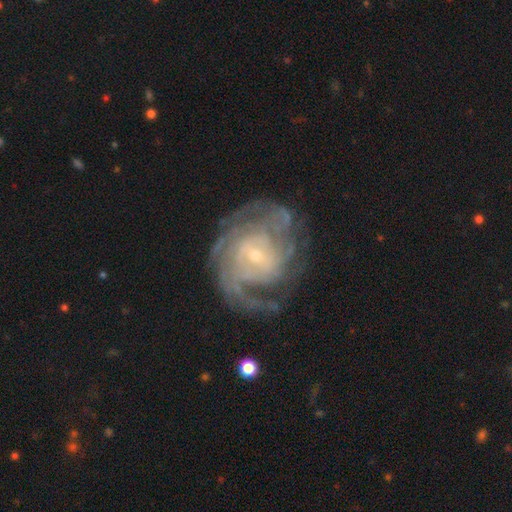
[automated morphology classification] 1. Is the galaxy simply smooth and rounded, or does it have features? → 87% featured or disk, 7% smooth, 6% star or artifact.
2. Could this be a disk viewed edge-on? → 97% no, 3% yes.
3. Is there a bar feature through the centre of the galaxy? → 54% no, 36% weak, 10% strong.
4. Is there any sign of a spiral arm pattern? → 95% yes, 5% no.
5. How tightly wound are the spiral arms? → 62% tight, 30% medium, 8% loose.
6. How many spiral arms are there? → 36% can't tell, 18% 2, 16% 3, 15% 4, 9% more than 4, 7% 1.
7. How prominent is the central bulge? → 76% small, 20% moderate, 2% large, 2% none, 1% dominant.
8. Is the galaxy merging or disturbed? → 69% none, 17% minor disturbance, 12% major disturbance, 2% merger.